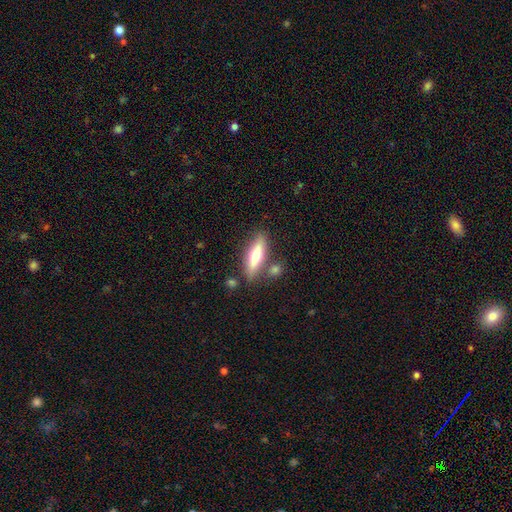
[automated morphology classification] Smooth or featured? Predicted: smooth (p=0.55). How rounded? Predicted: cigar-shaped (p=0.65). Merging? Predicted: none (p=0.75).